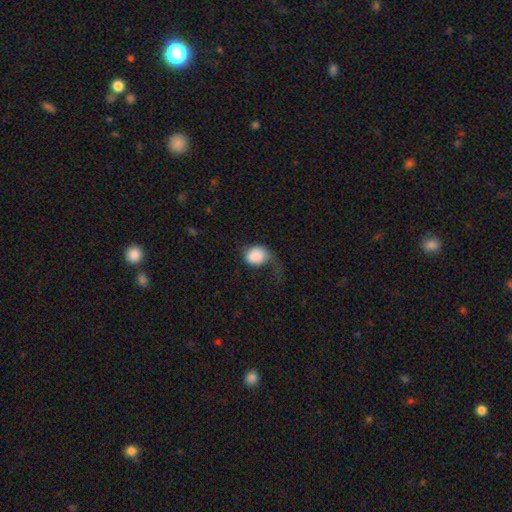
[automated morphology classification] This is clearly a smooth galaxy (82%). How rounded: possibly round (57%). Merging: possibly major disturbance (47%).